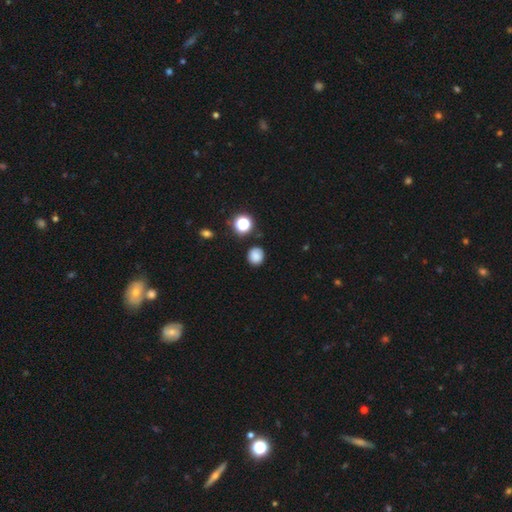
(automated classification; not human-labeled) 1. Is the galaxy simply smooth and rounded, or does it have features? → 83% smooth, 13% star or artifact, 5% featured or disk.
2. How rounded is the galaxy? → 81% round, 18% in between, 1% cigar-shaped.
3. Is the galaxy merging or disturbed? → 85% none, 10% minor disturbance, 3% major disturbance, 2% merger.